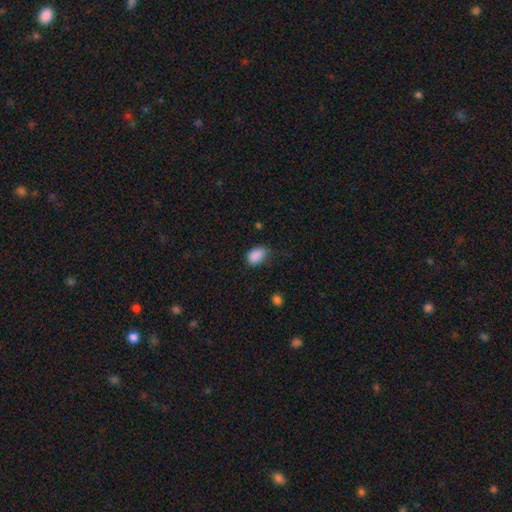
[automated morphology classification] smooth 89%, star or artifact 8%, featured or disk 3%. Down the decision tree: how rounded — in between (86%); merging — none (74%).